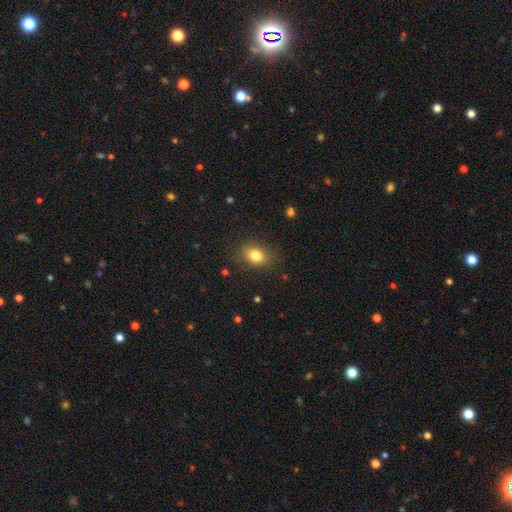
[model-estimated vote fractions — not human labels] Smooth or featured?
  - smooth: 81% *
  - star or artifact: 11%
  - featured or disk: 8%
How rounded?
  - in between: 65% *
  - round: 33%
  - cigar-shaped: 1%
Merging?
  - none: 83% *
  - minor disturbance: 12%
  - major disturbance: 4%
  - merger: 1%